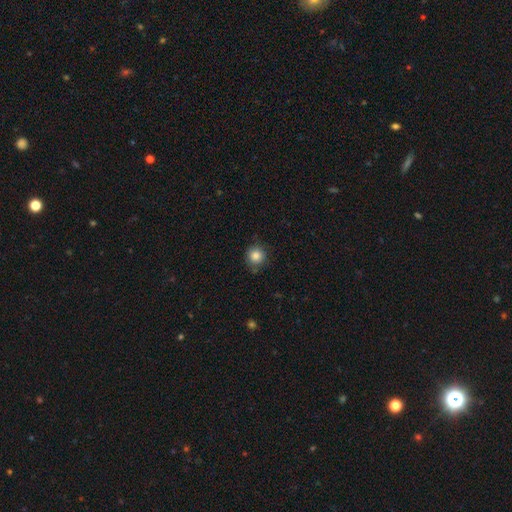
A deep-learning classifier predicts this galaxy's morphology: Q: Smooth or featured?
A: smooth (85%); runner-up: star or artifact (10%)
Q: How rounded?
A: round (92%); runner-up: in between (7%)
Q: Merging?
A: none (83%); runner-up: minor disturbance (13%)